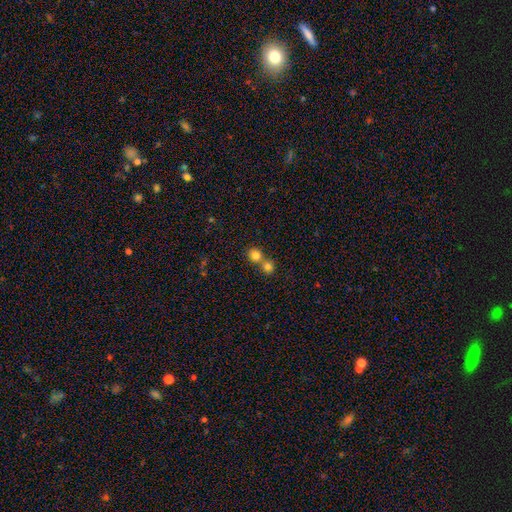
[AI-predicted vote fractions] Overall: smooth (80%). How rounded: round (88%). Merging: merger (48%; none 45%).